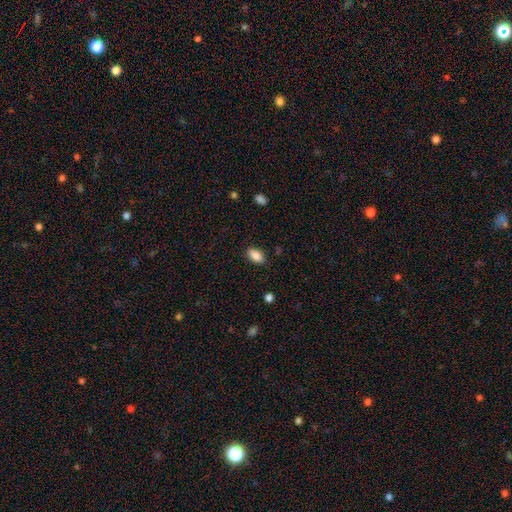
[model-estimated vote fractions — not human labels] Smooth or featured? smooth (88%)
How rounded? in between (91%)
Merging? none (86%)